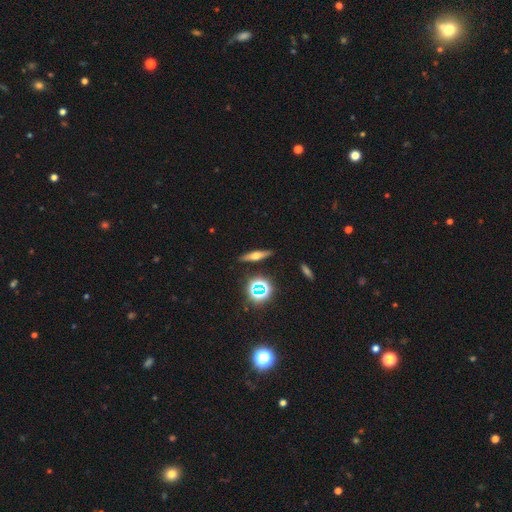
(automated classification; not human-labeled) Smooth or featured? Predicted: featured or disk (p=0.49). Merging? Predicted: none (p=0.88).